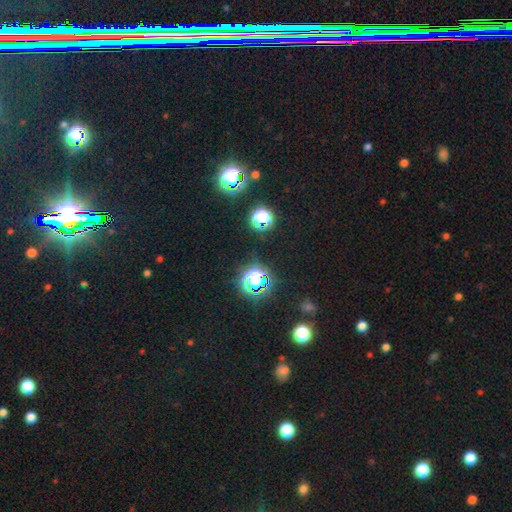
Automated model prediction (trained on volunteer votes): star or artifact 79%, smooth 14%, featured or disk 7%.